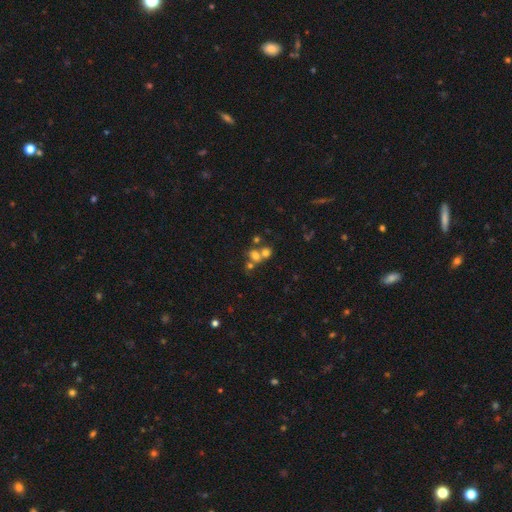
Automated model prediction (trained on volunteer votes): smooth 61%, star or artifact 21%, featured or disk 18%. Down the decision tree: how rounded — round (65%); merging — merger (54%).